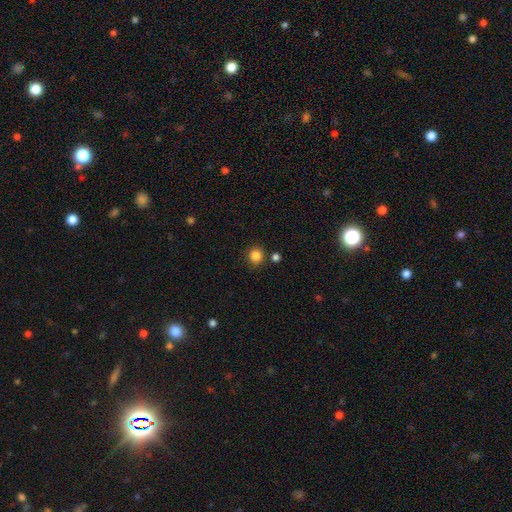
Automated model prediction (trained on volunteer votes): This is clearly a smooth galaxy (85%). How rounded: clearly round (91%). Merging: clearly none (84%).